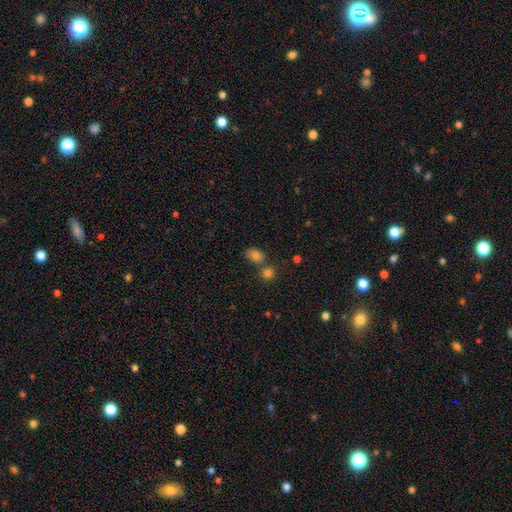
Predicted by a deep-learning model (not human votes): Smooth or featured? smooth (77%)
How rounded? in between (68%)
Merging? none (57%)